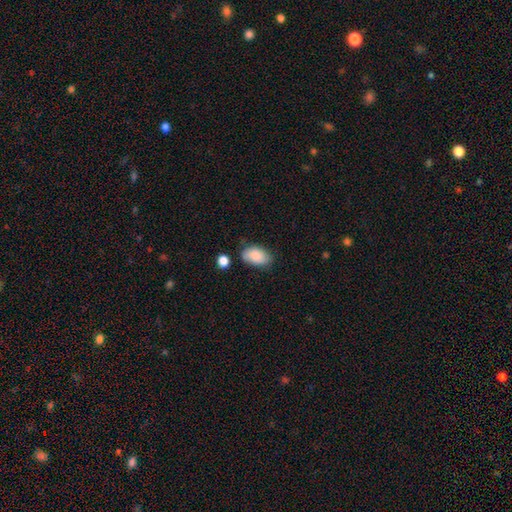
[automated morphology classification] smooth 86%, star or artifact 7%, featured or disk 7%. Down the decision tree: how rounded — in between (91%); merging — none (71%).